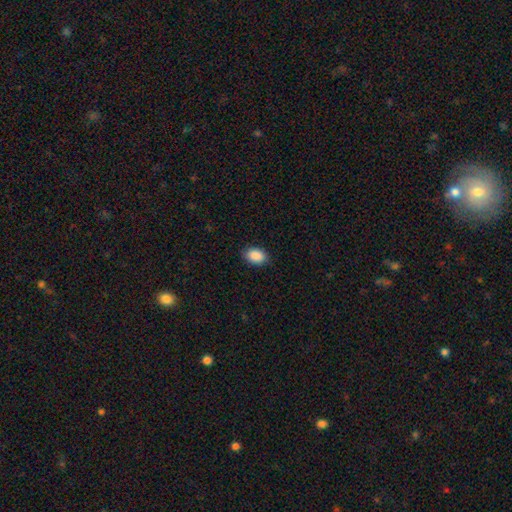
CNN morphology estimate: Smooth or featured?
  - smooth: 90% *
  - star or artifact: 7%
  - featured or disk: 3%
How rounded?
  - in between: 84% *
  - round: 15%
  - cigar-shaped: 1%
Merging?
  - none: 87% *
  - minor disturbance: 10%
  - major disturbance: 2%
  - merger: 1%